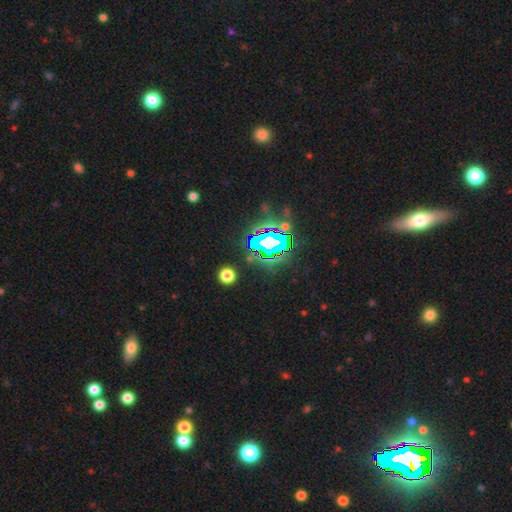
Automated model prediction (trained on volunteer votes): Smooth or featured? star or artifact (78%)